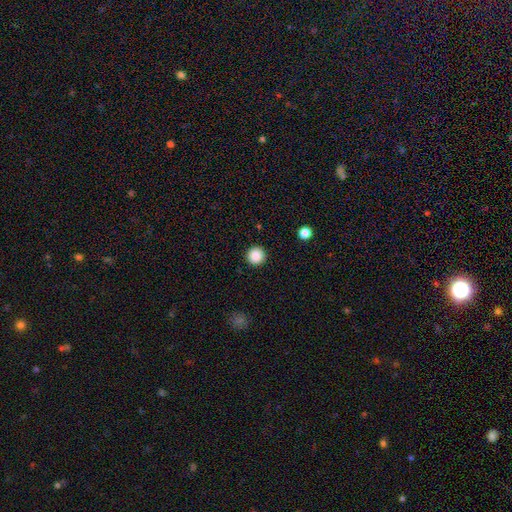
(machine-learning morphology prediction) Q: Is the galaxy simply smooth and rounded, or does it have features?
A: smooth — 88%.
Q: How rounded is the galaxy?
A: round — 96%.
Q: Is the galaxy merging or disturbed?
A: none — 93%.